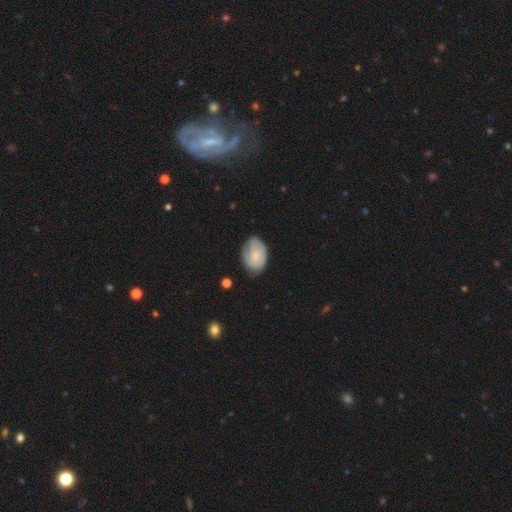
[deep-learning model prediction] The model was most divided on "smooth or featured": smooth: 58%, featured or disk: 36%, star or artifact: 6%. More confident: how rounded — in between (82%); merging — none (68%).